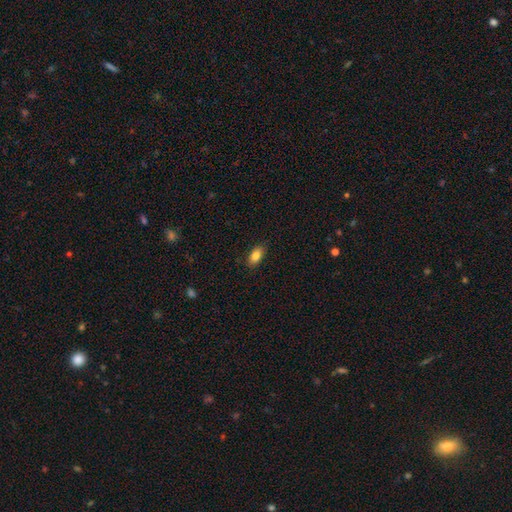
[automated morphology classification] smooth-or-featured: smooth: 84% | featured or disk: 8% | star or artifact: 8%
  how-rounded: in between: 89% | round: 6% | cigar-shaped: 5%
  merging: none: 86% | minor disturbance: 11% | major disturbance: 2% | merger: 1%